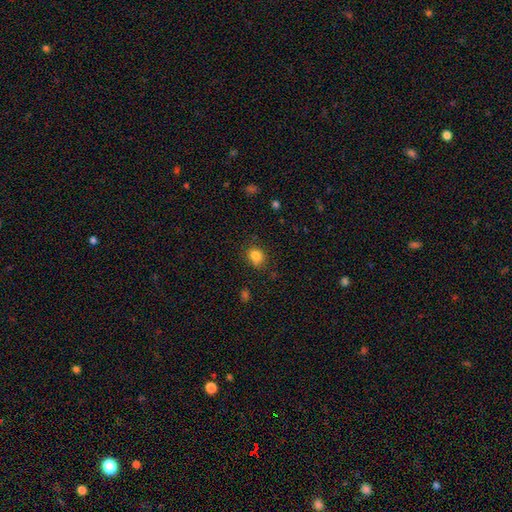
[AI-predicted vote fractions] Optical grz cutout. It shows a smooth galaxy with no disk features (84%) that is round (65%). Merging: none (82%).